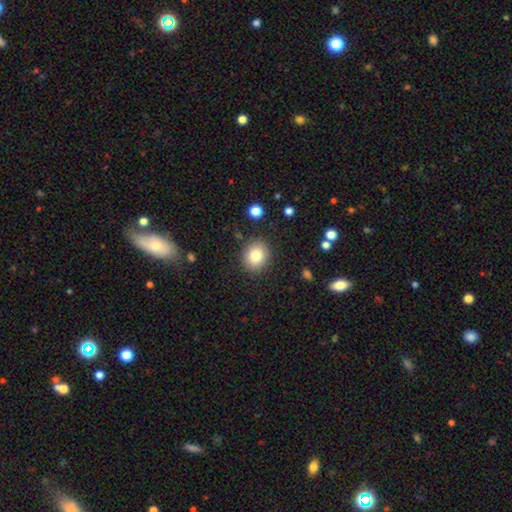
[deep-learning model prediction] This appears to be a smooth galaxy with no disk features (81%) that is round (69%). Merging: none (87%).